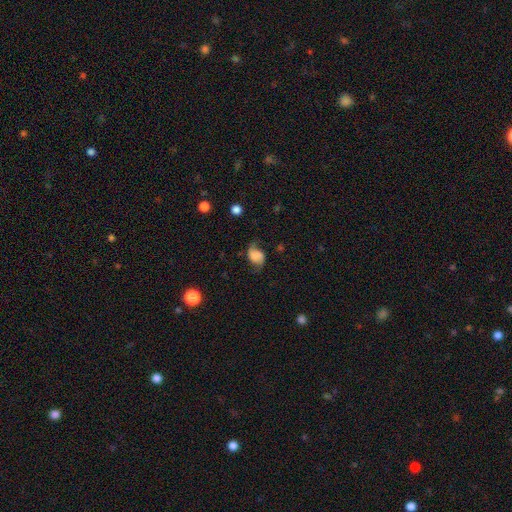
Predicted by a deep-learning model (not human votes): This appears to be a smooth galaxy with no disk features (49%). Merging: none (54%).